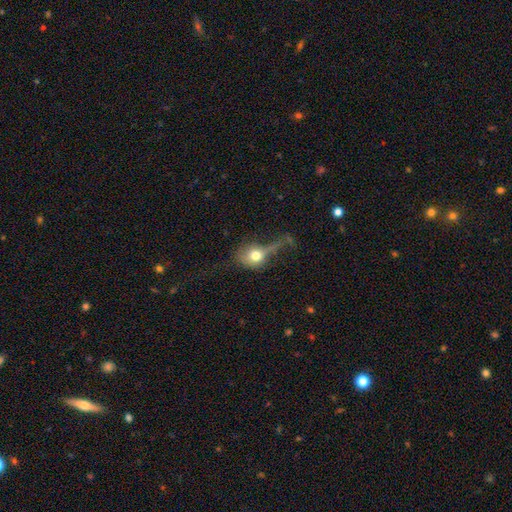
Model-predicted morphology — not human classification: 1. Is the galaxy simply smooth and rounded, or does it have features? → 67% smooth, 22% featured or disk, 11% star or artifact.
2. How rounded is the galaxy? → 57% round, 39% in between, 4% cigar-shaped.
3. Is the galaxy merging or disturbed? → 44% major disturbance, 25% none, 23% minor disturbance, 8% merger.